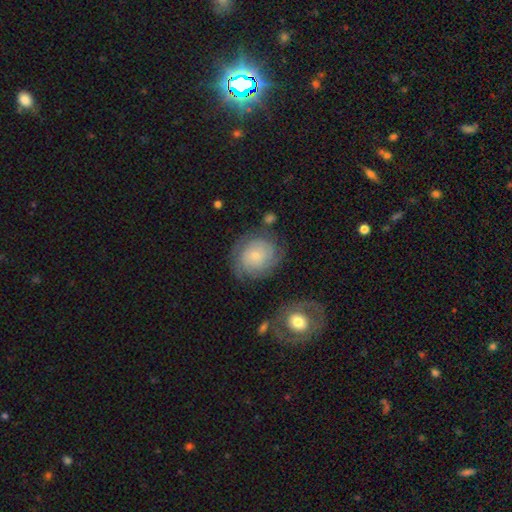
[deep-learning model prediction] A featured or disk galaxy (55%) with no bar (81%), spiral arms (86%) and a small central bulge (73%). Merging: none (69%).